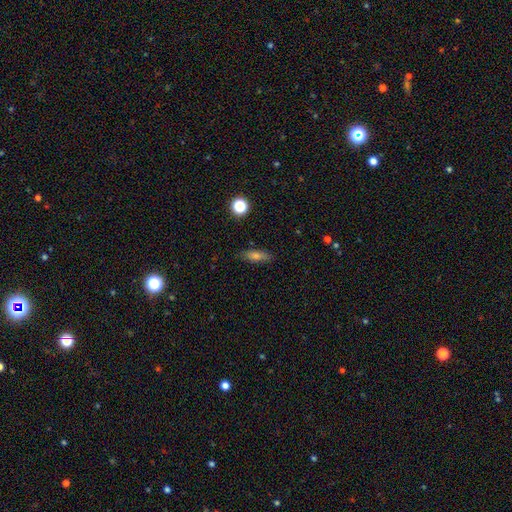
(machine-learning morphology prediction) Smooth or featured: smooth — 65% (featured or disk — 24%)
How rounded: cigar-shaped — 52% (in between — 43%)
Merging: none — 86% (minor disturbance — 11%)